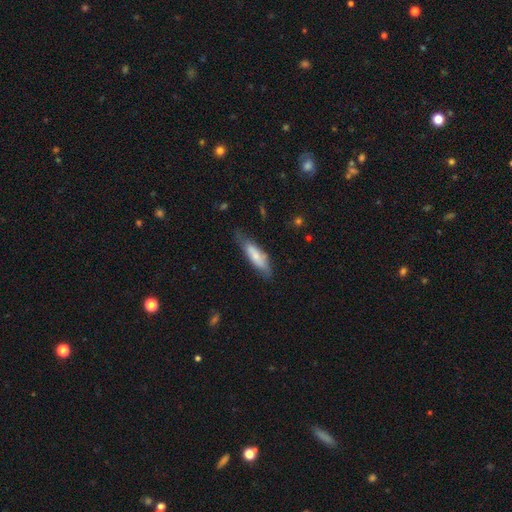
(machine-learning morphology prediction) type=smooth (68%); roundness=cigar-shaped (59%); merging=none (60%).